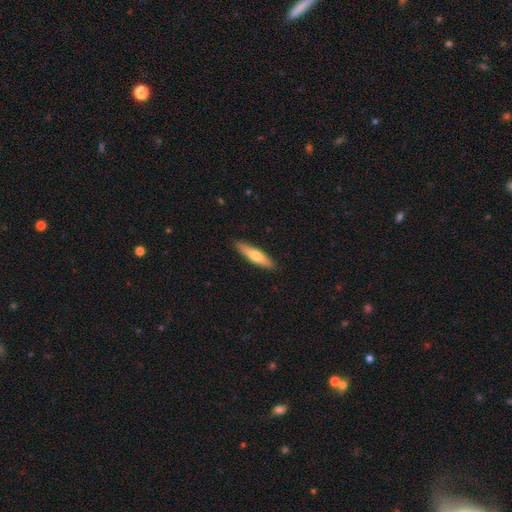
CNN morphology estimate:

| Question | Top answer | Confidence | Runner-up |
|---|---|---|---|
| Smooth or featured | smooth | 60% | featured or disk (34%) |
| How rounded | cigar-shaped | 80% | in between (19%) |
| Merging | none | 90% | minor disturbance (7%) |